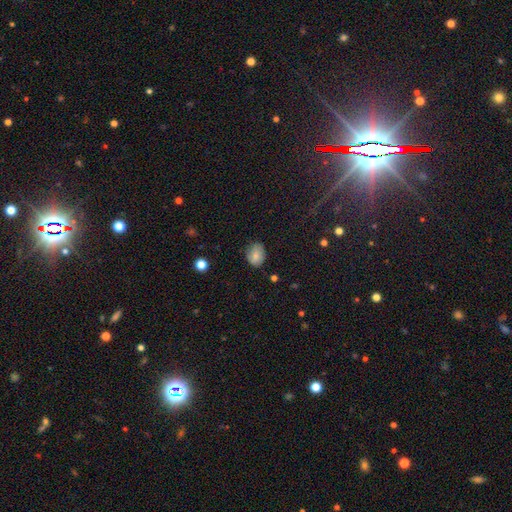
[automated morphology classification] type=smooth (73%); roundness=in between (57%); merging=none (73%).